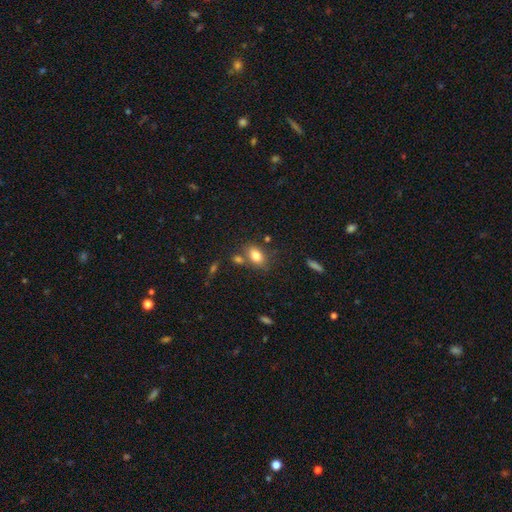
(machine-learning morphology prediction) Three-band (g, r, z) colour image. It shows a smooth galaxy with no disk features (80%) that is in between round and cigar-shaped (85%). Merging: none (67%).